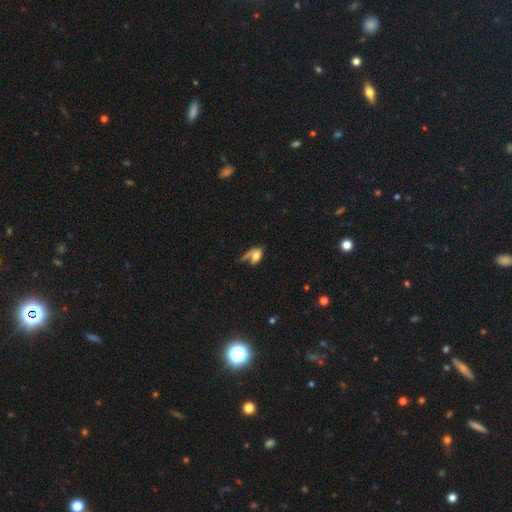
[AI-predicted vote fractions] Morphology: type=smooth (55%); roundness=in between (80%); merging=major disturbance (36%).